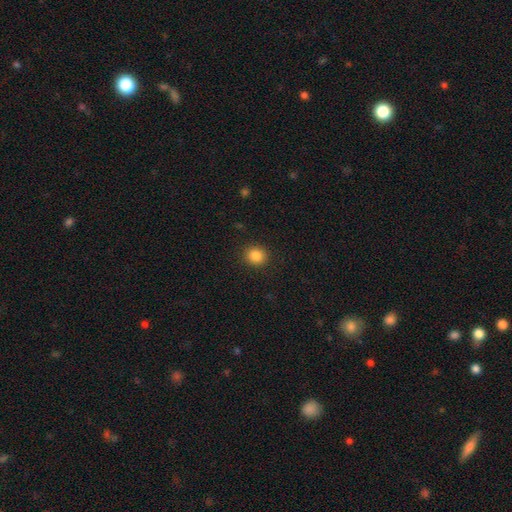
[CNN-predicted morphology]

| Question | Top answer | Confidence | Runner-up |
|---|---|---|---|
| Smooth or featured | smooth | 85% | star or artifact (11%) |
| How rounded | round | 84% | in between (15%) |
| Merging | none | 91% | minor disturbance (6%) |